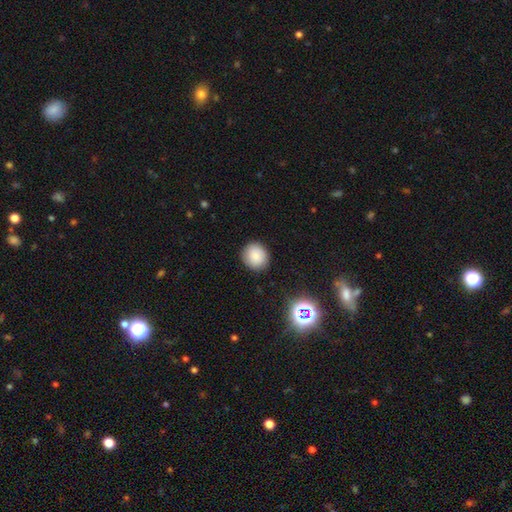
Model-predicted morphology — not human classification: The model was most divided on "how rounded": round: 82%, in between: 17%, cigar-shaped: 1%. More confident: merging — none (89%); smooth or featured — smooth (83%).